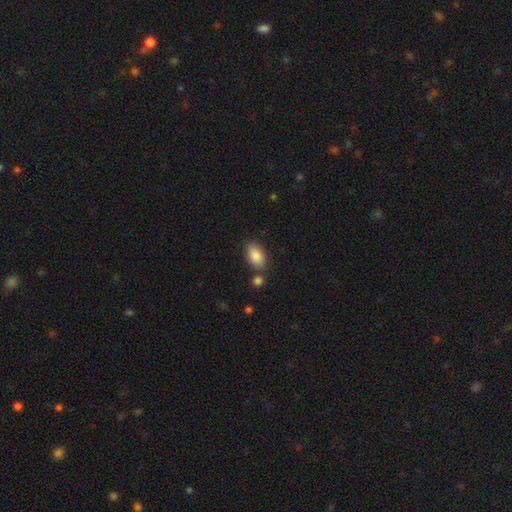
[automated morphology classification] A smooth galaxy with no disk features (88%) that is in between round and cigar-shaped (91%).

Vote fractions:
- Smooth or featured? smooth: 88% / star or artifact: 7% / featured or disk: 5%
- How rounded? in between: 91% / round: 7% / cigar-shaped: 2%
- Merging? none: 71% / minor disturbance: 14% / merger: 11% / major disturbance: 4%